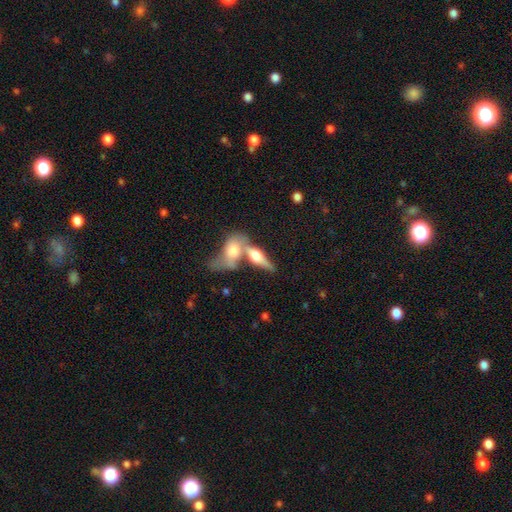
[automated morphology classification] Q: Smooth or featured?
A: featured or disk (53%); runner-up: smooth (41%)
Q: Edge-on disk?
A: yes (83%); runner-up: no (17%)
Q: Merging?
A: merger (58%); runner-up: none (28%)